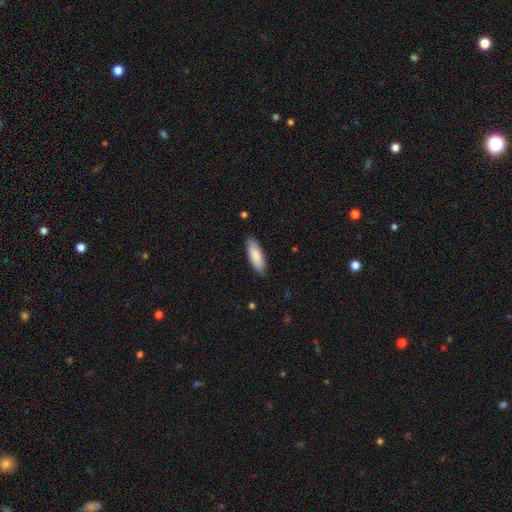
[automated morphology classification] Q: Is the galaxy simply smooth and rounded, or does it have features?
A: smooth — 86%.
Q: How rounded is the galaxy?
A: in between — 63%.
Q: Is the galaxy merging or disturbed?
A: none — 85%.